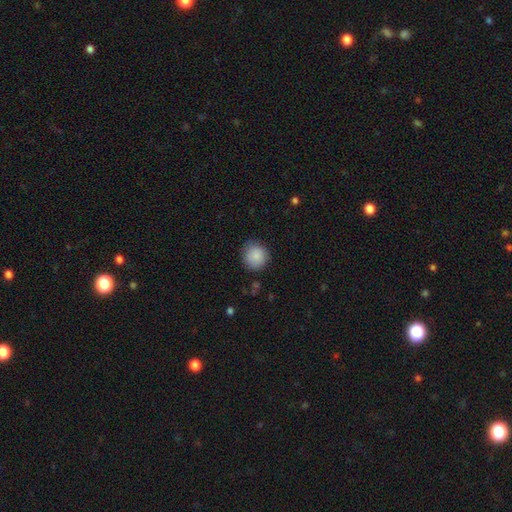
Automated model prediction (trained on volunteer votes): The model was most divided on "merging": none: 83%, minor disturbance: 13%, major disturbance: 3%, merger: 1%. More confident: how rounded — round (90%); smooth or featured — smooth (86%).